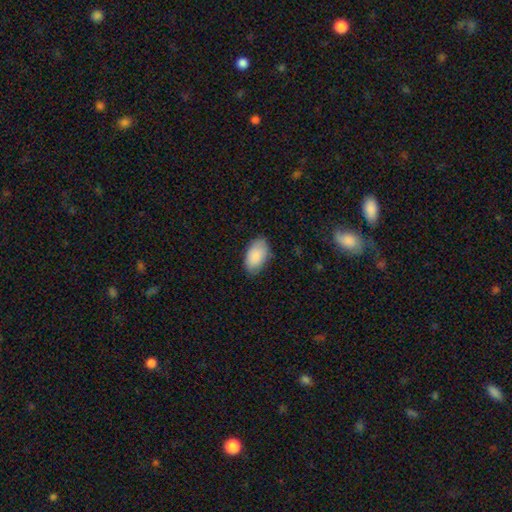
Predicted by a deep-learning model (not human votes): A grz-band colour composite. It shows a smooth galaxy with no disk features (89%) that is in between round and cigar-shaped (95%). Merging: none (81%).